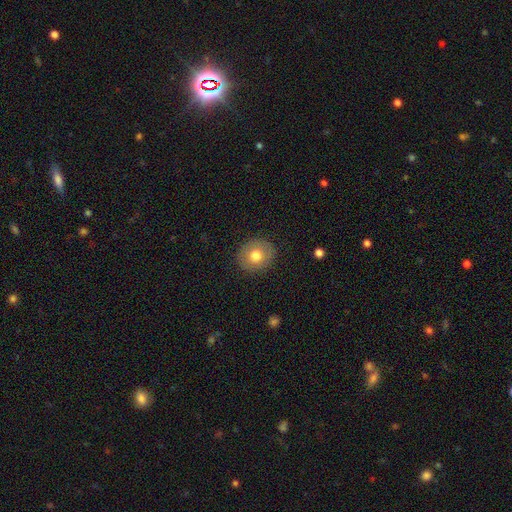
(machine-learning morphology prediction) A smooth galaxy with no disk features (73%) that is round (80%).

Vote fractions:
- Smooth or featured? smooth: 73% / featured or disk: 19% / star or artifact: 9%
- How rounded? round: 80% / in between: 19% / cigar-shaped: 1%
- Merging? none: 89% / minor disturbance: 8% / major disturbance: 2% / merger: 1%